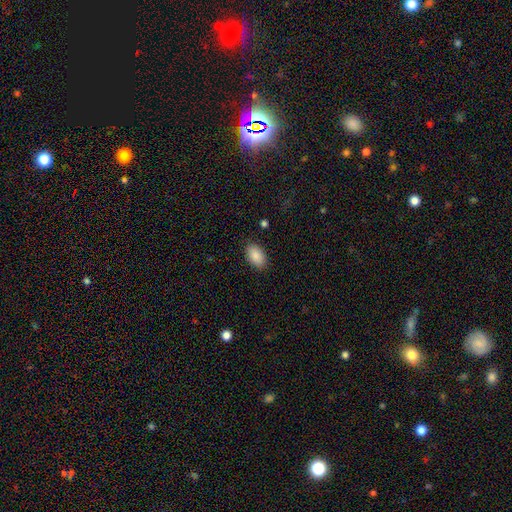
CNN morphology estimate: This appears to be a smooth galaxy with no disk features (89%) that is in between round and cigar-shaped (93%). Merging: none (88%).